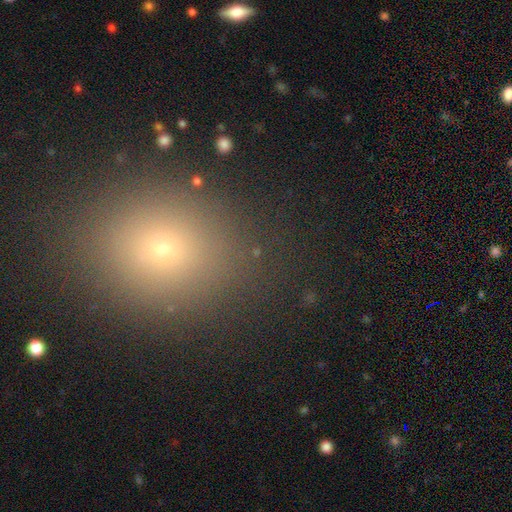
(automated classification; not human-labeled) Q: Smooth or featured?
A: smooth (63%); runner-up: star or artifact (27%)
Q: How rounded?
A: round (53%); runner-up: in between (45%)
Q: Merging?
A: none (87%); runner-up: minor disturbance (8%)